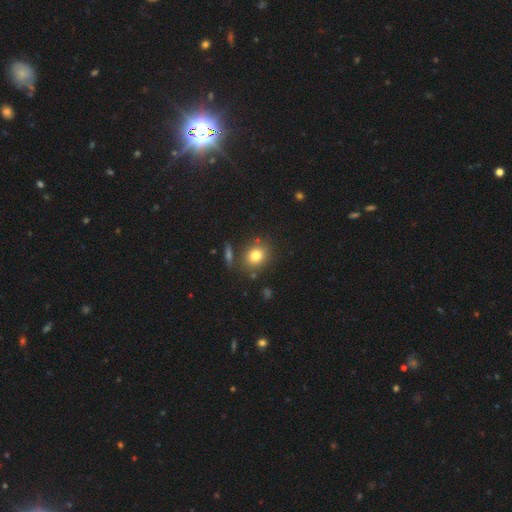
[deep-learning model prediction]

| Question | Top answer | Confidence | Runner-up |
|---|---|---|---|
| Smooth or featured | smooth | 79% | star or artifact (12%) |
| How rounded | round | 67% | in between (32%) |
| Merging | none | 78% | minor disturbance (10%) |